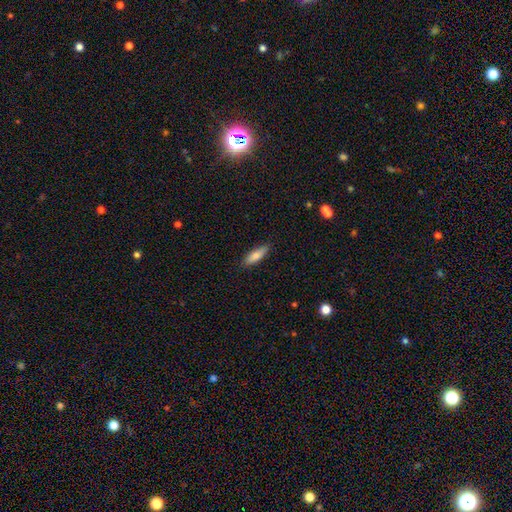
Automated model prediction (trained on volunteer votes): Smooth or featured: smooth — 81% (featured or disk — 12%)
How rounded: cigar-shaped — 54% (in between — 44%)
Merging: none — 86% (minor disturbance — 11%)